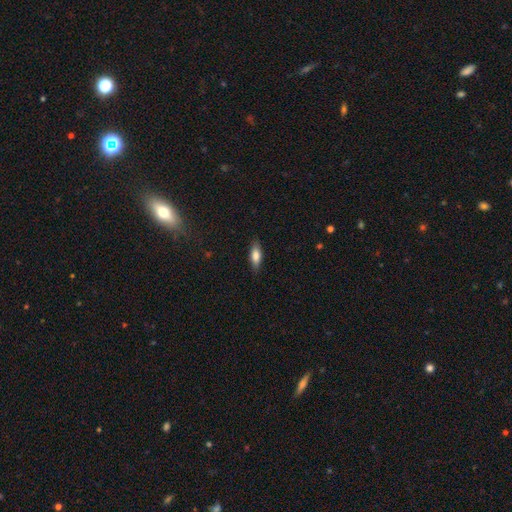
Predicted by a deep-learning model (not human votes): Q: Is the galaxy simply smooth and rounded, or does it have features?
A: smooth — 75%.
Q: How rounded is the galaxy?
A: in between — 66%.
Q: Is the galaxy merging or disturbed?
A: none — 86%.